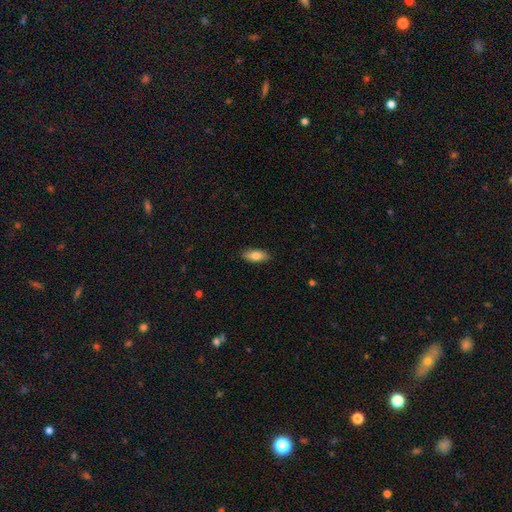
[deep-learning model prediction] smooth 80%, featured or disk 14%, star or artifact 6%. Down the decision tree: how rounded — in between (75%); merging — none (87%).